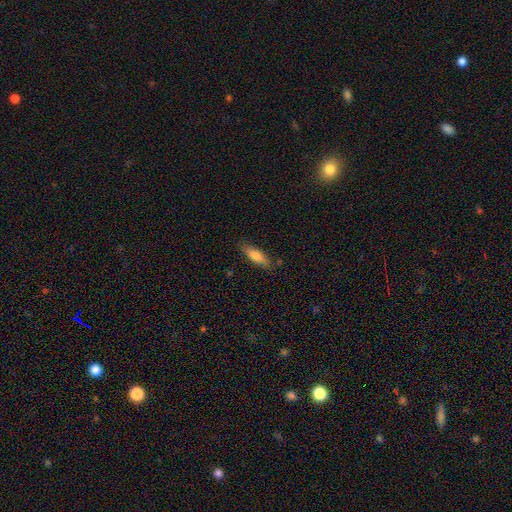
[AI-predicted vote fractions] Smooth or featured? smooth (73%)
How rounded? cigar-shaped (56%)
Merging? none (83%)